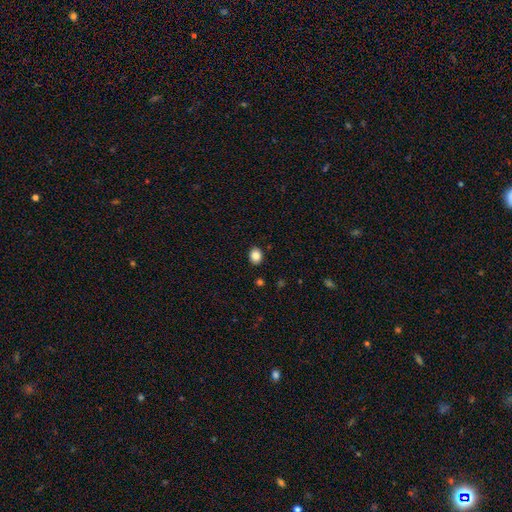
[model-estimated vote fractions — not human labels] smooth_or_featured: smooth (p=0.85) [alt: star or artifact p=0.10]
how_rounded: in between (p=0.51) [alt: round p=0.48]
merging: none (p=0.90) [alt: minor disturbance p=0.07]